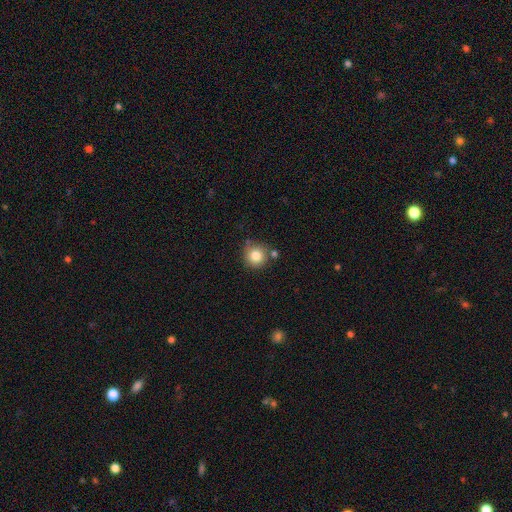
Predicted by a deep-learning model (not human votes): Overall: smooth (82%). How rounded: round (94%). Merging: none (75%).